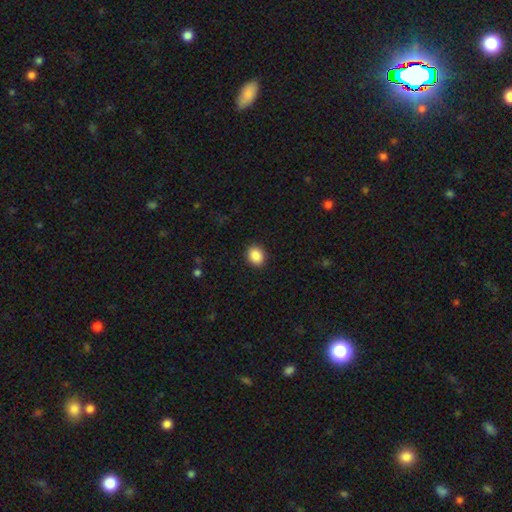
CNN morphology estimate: A smooth galaxy with no disk features (89%) that is round (56%). Merging: none (90%).